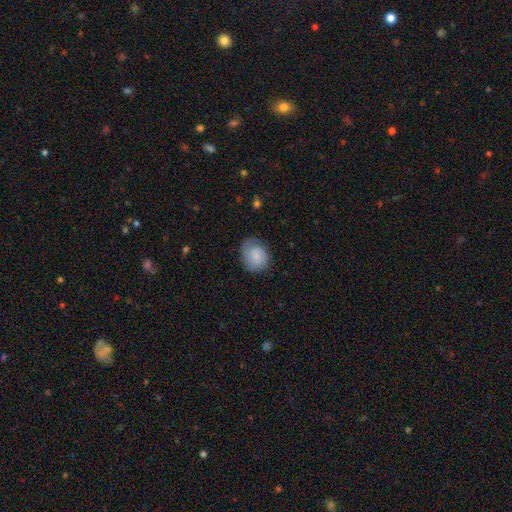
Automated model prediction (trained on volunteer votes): Smooth or featured? Predicted: smooth (p=0.63). How rounded? Predicted: round (p=0.60). Merging? Predicted: none (p=0.63).